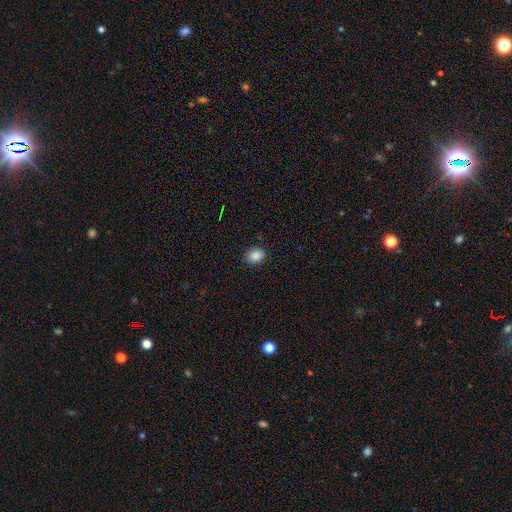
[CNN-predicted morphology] smooth_or_featured: smooth (p=0.87) [alt: star or artifact p=0.09]
how_rounded: in between (p=0.63) [alt: round p=0.36]
merging: none (p=0.87) [alt: minor disturbance p=0.09]